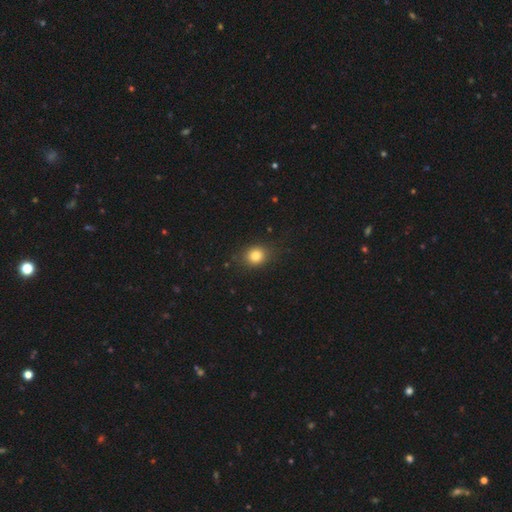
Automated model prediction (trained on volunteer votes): A smooth galaxy with no disk features (81%) that is round (71%). Merging: none (84%).